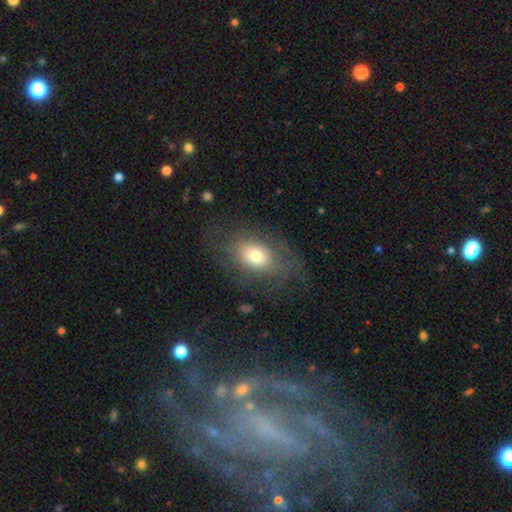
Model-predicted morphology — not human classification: Smooth or featured: smooth — 59% (featured or disk — 31%)
How rounded: in between — 74% (round — 24%)
Merging: none — 64% (minor disturbance — 18%)